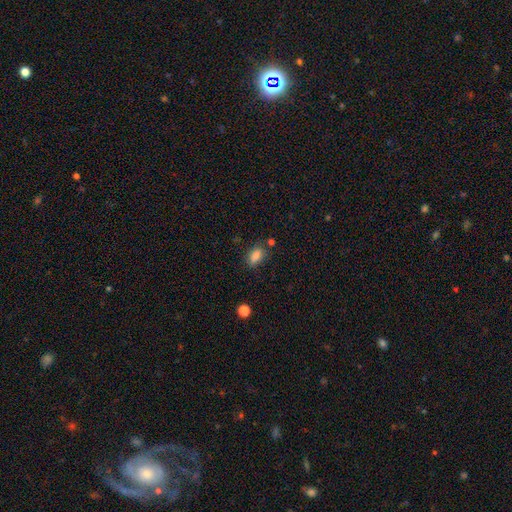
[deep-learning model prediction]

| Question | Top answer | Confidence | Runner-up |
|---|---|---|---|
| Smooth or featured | smooth | 83% | star or artifact (10%) |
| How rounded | in between | 83% | round (9%) |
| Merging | none | 73% | minor disturbance (18%) |